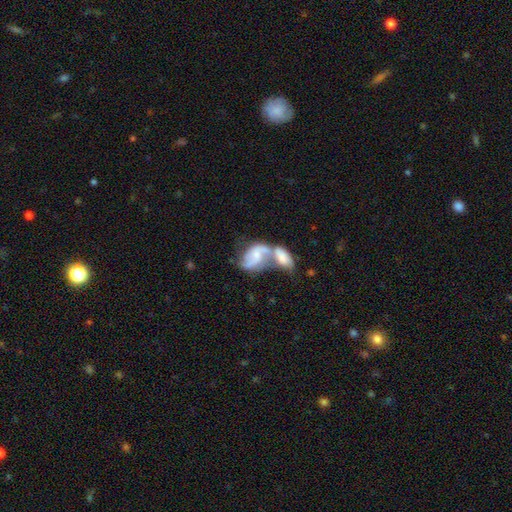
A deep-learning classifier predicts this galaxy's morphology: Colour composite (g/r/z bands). It shows a featured or disk galaxy (68%) with no bar (53%), 2 (84%) loose (53%) spiral arms (87%) and a small central bulge (44%). Merging: merger (71%).